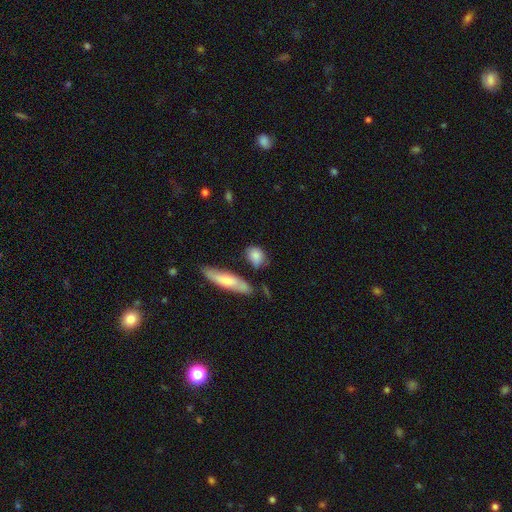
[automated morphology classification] Q: Smooth or featured?
A: smooth (80%); runner-up: featured or disk (13%)
Q: How rounded?
A: in between (54%); runner-up: round (36%)
Q: Merging?
A: none (61%); runner-up: minor disturbance (23%)